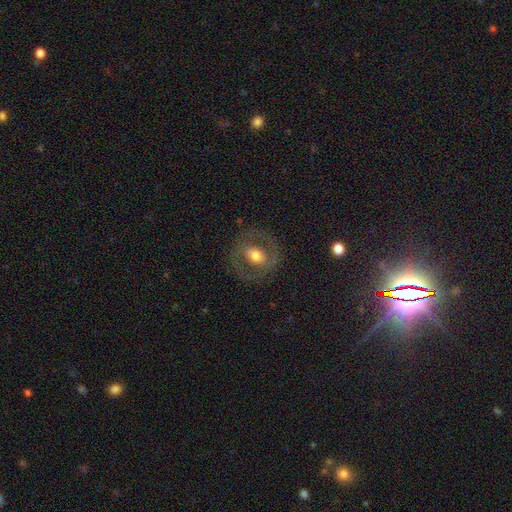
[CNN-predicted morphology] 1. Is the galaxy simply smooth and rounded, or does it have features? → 60% featured or disk, 33% smooth, 7% star or artifact.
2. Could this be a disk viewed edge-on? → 95% no, 5% yes.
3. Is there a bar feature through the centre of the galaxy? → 41% no, 35% weak, 24% strong.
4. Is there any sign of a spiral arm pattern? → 56% no, 44% yes.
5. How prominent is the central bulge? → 64% moderate, 22% large, 11% small, 2% dominant, 1% none.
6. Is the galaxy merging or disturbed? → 78% none, 12% minor disturbance, 9% major disturbance, 1% merger.